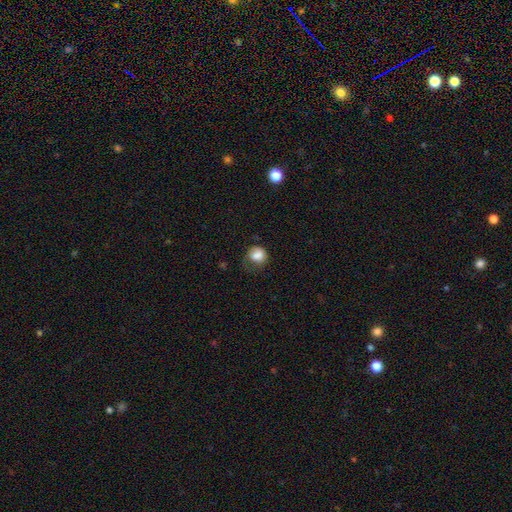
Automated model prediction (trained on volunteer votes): Smooth or featured? Predicted: smooth (p=0.83). How rounded? Predicted: round (p=0.71). Merging? Predicted: none (p=0.47).